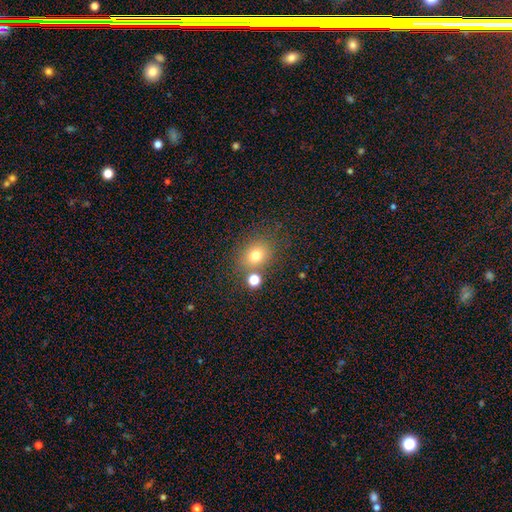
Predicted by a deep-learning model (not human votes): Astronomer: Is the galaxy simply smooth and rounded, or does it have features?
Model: smooth — 74%.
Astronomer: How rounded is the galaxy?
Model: round — 64%.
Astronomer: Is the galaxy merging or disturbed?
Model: none — 70%.